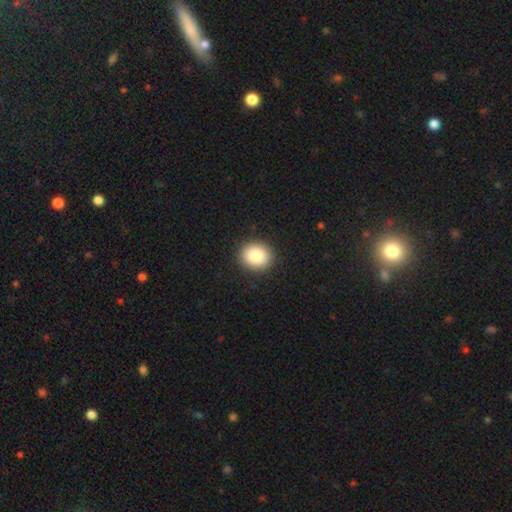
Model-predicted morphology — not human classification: A smooth galaxy with no disk features (87%) that is round (68%). Merging: none (91%).